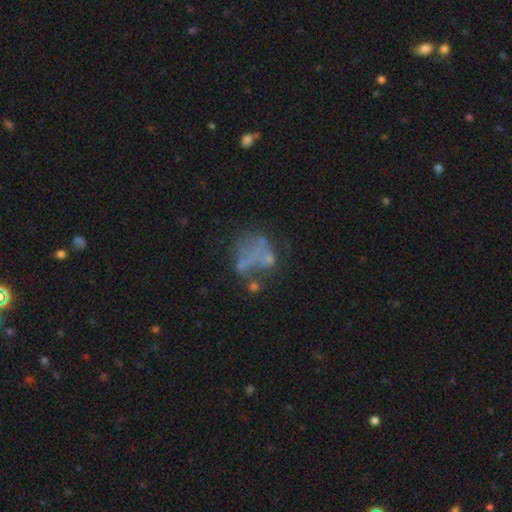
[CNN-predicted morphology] Smooth or featured? featured or disk (48%)
Merging? none (40%)